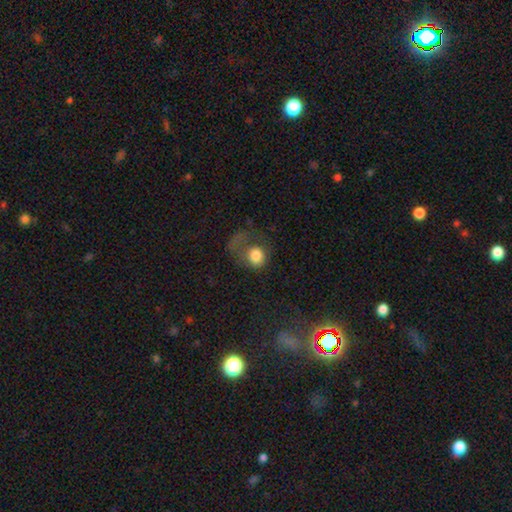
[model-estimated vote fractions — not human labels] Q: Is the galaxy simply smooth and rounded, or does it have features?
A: smooth — 73%.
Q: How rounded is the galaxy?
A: round — 67%.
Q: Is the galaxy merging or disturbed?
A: major disturbance — 53%.